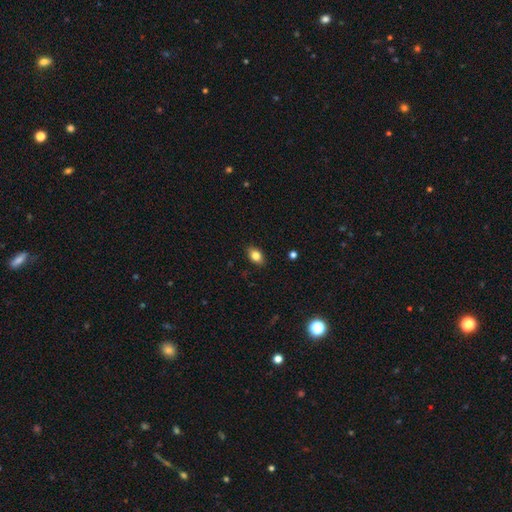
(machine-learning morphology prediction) Q: Smooth or featured?
A: smooth (81%); runner-up: featured or disk (10%)
Q: How rounded?
A: in between (84%); runner-up: round (14%)
Q: Merging?
A: none (88%); runner-up: minor disturbance (9%)